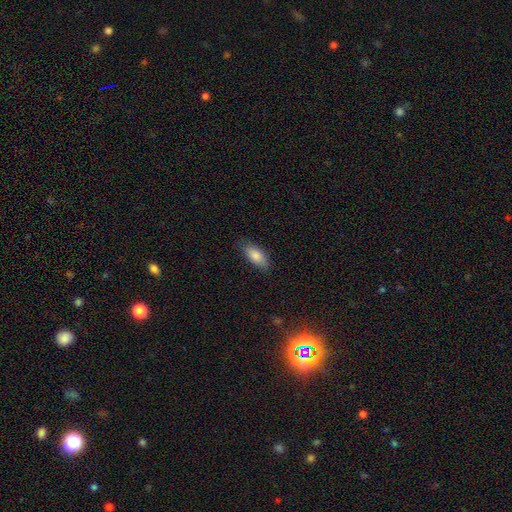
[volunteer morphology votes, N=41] This is clearly a smooth galaxy (90%). How rounded: clearly in between (81%). Merging: clearly none (97%).